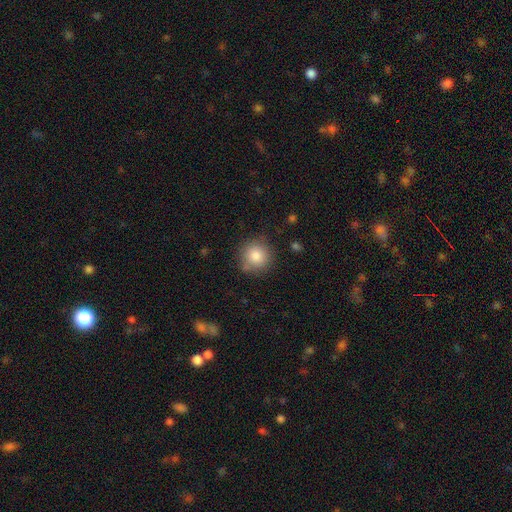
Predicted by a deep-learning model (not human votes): Smooth or featured? Predicted: smooth (p=0.83). How rounded? Predicted: round (p=0.93). Merging? Predicted: none (p=0.81).